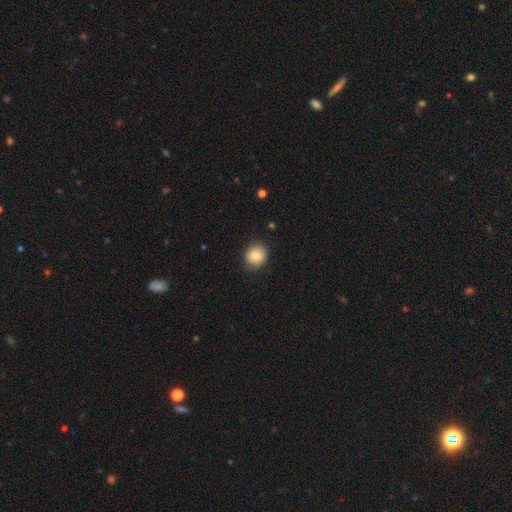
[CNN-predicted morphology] Smooth or featured?
  - smooth: 80% *
  - featured or disk: 11%
  - star or artifact: 9%
How rounded?
  - round: 81% *
  - in between: 19%
  - cigar-shaped: 1%
Merging?
  - none: 83% *
  - minor disturbance: 13%
  - major disturbance: 3%
  - merger: 1%